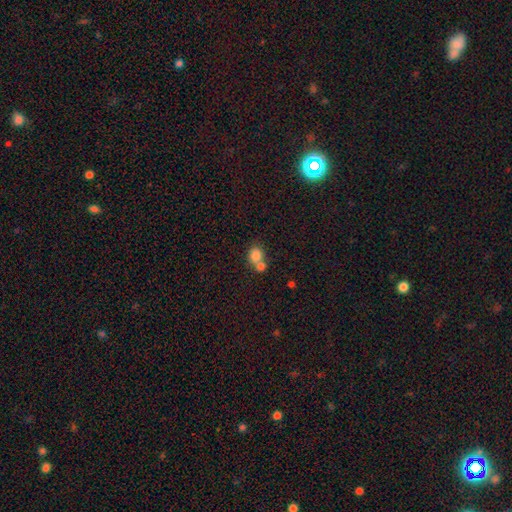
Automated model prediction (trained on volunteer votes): This appears to be a smooth galaxy with no disk features (81%) that is round (69%). Merging: merger (53%).